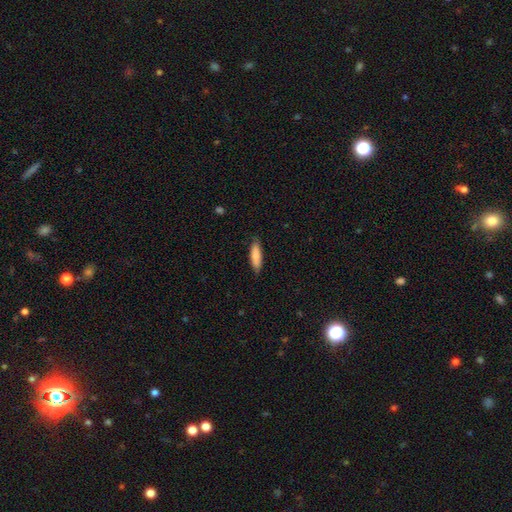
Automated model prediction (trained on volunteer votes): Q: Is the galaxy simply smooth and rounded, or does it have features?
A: smooth — 84%.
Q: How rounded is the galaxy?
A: cigar-shaped — 63%.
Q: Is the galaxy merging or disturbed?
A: none — 84%.